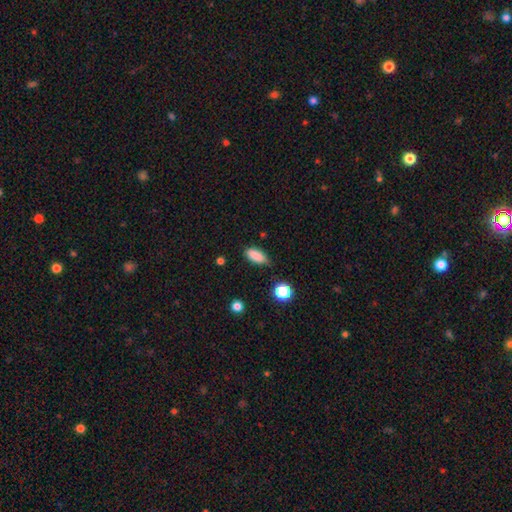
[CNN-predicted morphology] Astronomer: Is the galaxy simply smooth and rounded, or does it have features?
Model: smooth — 86%.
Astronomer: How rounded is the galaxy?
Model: in between — 82%.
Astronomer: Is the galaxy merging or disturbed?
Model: none — 74%.